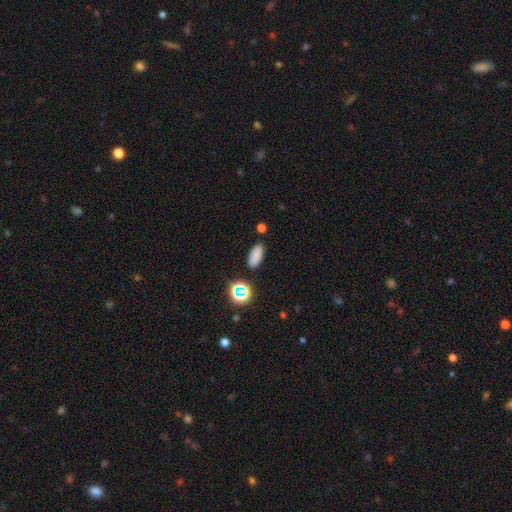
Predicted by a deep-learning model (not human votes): smooth_or_featured: smooth (p=0.81) [alt: star or artifact p=0.14]
how_rounded: in between (p=0.78) [alt: cigar-shaped p=0.16]
merging: none (p=0.85) [alt: minor disturbance p=0.09]